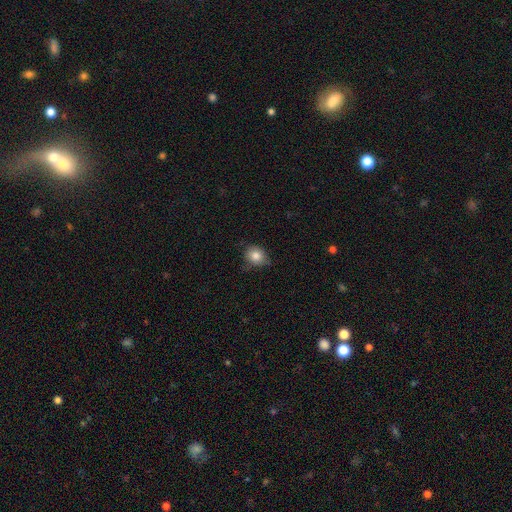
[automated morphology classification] A smooth galaxy with no disk features (83%) that is round (67%). Merging: none (68%).